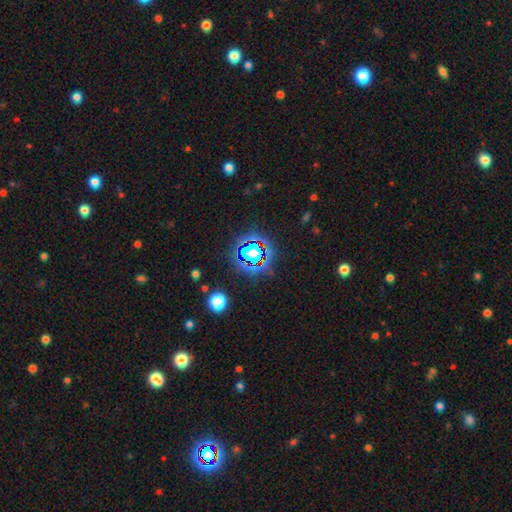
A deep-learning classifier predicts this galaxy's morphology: Smooth or featured: star or artifact — 66% (smooth — 21%)